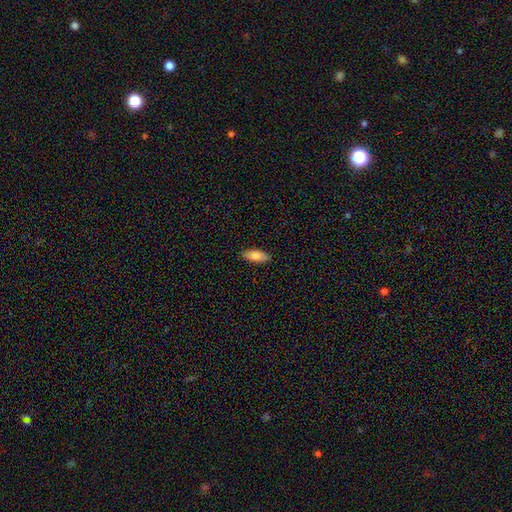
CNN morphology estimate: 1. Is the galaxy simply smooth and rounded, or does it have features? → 84% smooth, 10% featured or disk, 6% star or artifact.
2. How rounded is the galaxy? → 78% in between, 20% cigar-shaped, 2% round.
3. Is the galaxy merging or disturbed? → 89% none, 9% minor disturbance, 2% major disturbance, 1% merger.